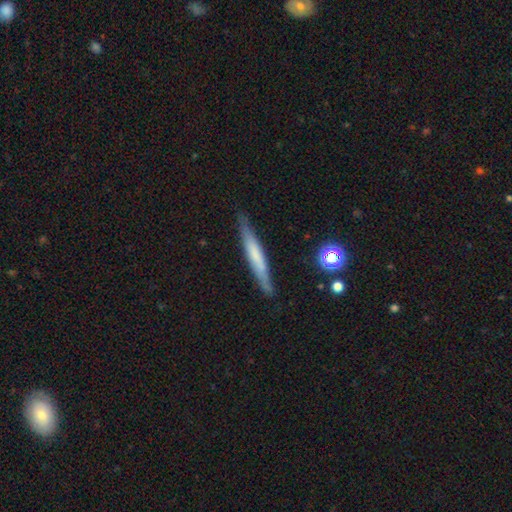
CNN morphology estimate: type=smooth (51%); roundness=cigar-shaped (94%); merging=none (84%).